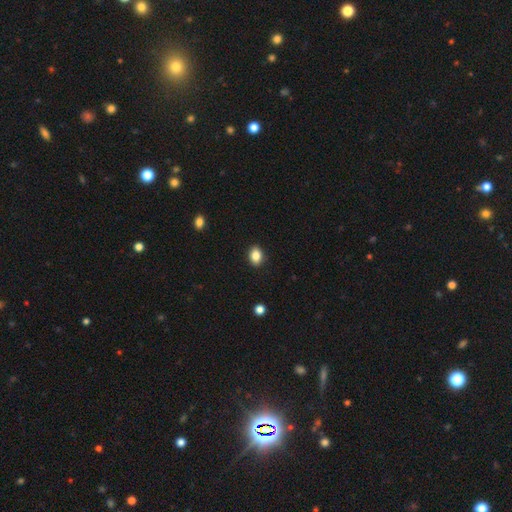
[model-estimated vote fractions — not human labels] Smooth or featured? Predicted: smooth (p=0.85). How rounded? Predicted: in between (p=0.72). Merging? Predicted: none (p=0.90).